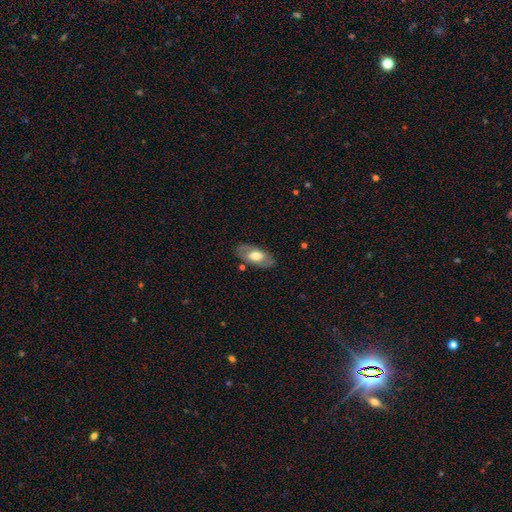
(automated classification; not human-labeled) A smooth galaxy with no disk features (55%) that is in between round and cigar-shaped (90%). Merging: none (80%).